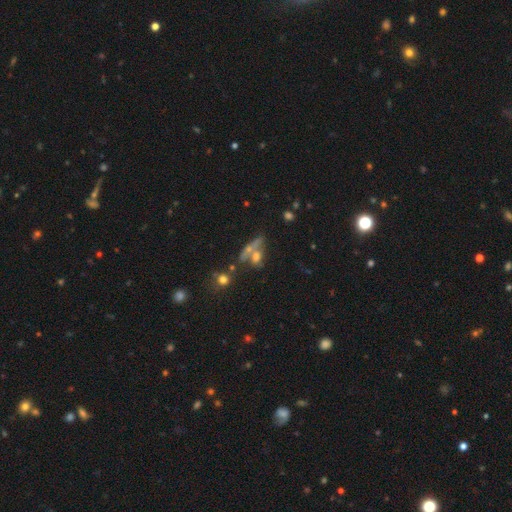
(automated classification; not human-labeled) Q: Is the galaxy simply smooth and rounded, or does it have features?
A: smooth — 41%.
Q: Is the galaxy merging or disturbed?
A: none — 40%.